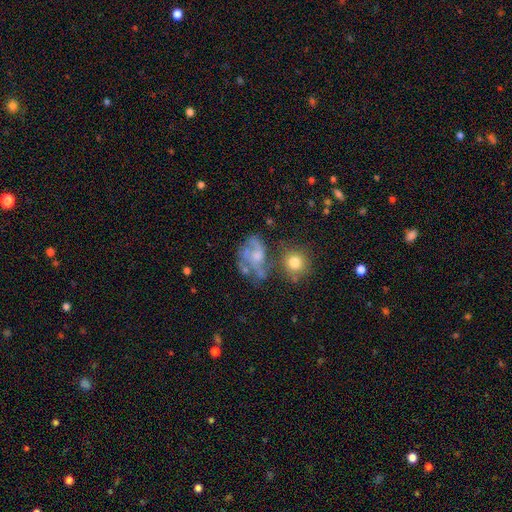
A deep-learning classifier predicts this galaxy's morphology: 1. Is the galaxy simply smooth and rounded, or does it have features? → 62% featured or disk, 27% smooth, 11% star or artifact.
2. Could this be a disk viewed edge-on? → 97% no, 3% yes.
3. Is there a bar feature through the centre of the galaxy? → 77% no, 19% weak, 4% strong.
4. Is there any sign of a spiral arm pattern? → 63% yes, 37% no.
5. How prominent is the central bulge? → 43% moderate, 29% small, 19% none, 8% large, 2% dominant.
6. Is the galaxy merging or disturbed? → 34% none, 28% major disturbance, 21% minor disturbance, 17% merger.